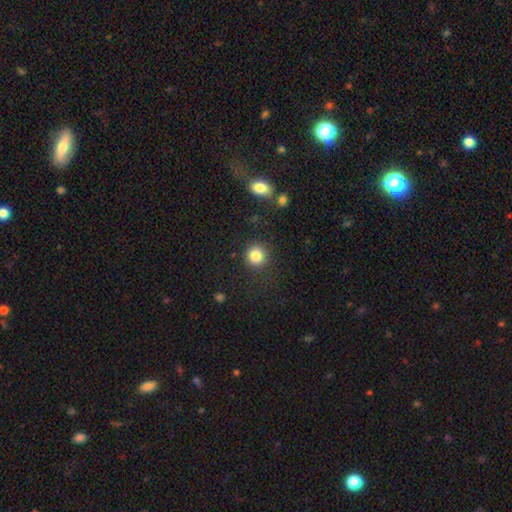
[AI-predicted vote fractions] A smooth galaxy with no disk features (84%) that is round (92%). Merging: none (86%).